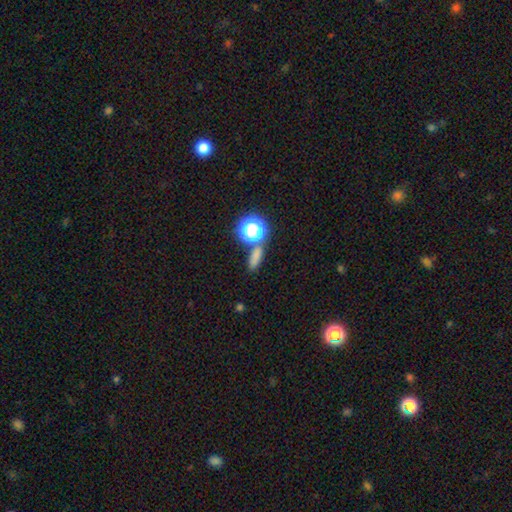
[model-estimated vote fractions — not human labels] This is likely a smooth galaxy (72%). How rounded: marginally in between (43%). Merging: likely none (72%).